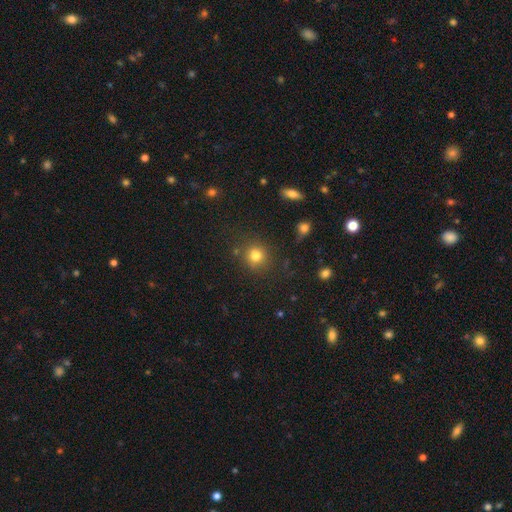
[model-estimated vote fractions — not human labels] Smooth or featured: smooth — 79% (star or artifact — 14%)
How rounded: round — 89% (in between — 10%)
Merging: none — 82% (minor disturbance — 10%)